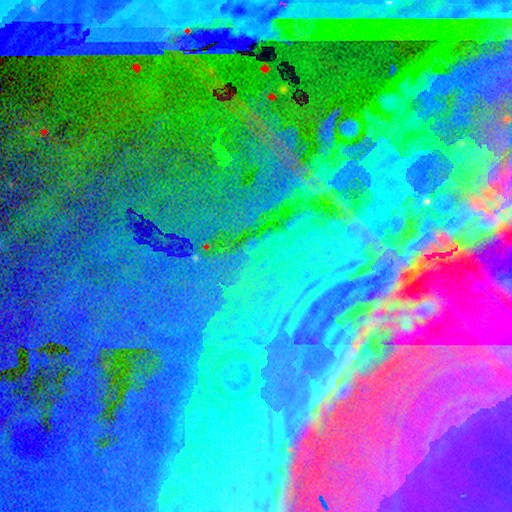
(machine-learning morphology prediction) The model was most divided on "smooth or featured": star or artifact: 87%, smooth: 7%, featured or disk: 6%.